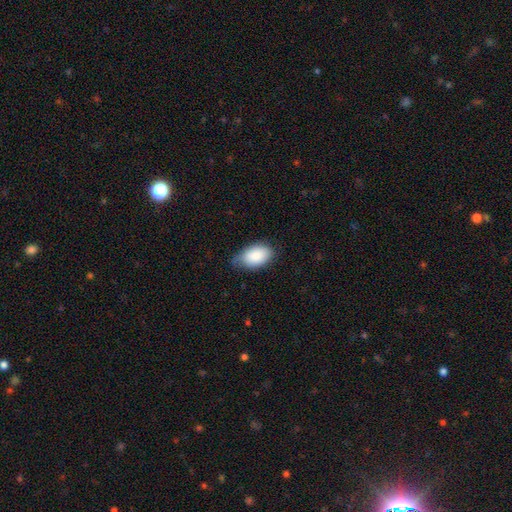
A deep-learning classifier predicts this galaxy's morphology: smooth_or_featured: smooth (p=0.87) [alt: featured or disk p=0.07]
how_rounded: in between (p=0.92) [alt: round p=0.07]
merging: none (p=0.59) [alt: minor disturbance p=0.34]